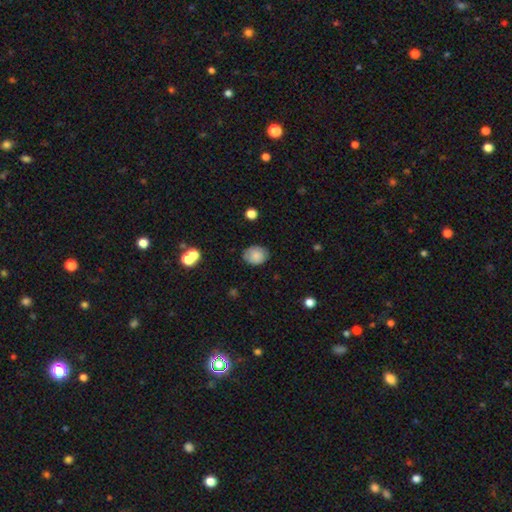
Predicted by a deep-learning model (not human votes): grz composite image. It shows a smooth galaxy with no disk features (84%) that is in between round and cigar-shaped (53%). Merging: none (80%).